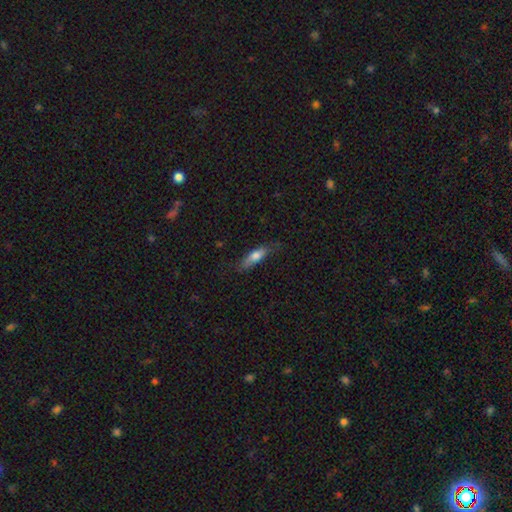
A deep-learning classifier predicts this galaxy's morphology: Smooth or featured: smooth — 70% (featured or disk — 23%)
How rounded: cigar-shaped — 54% (in between — 43%)
Merging: none — 70% (minor disturbance — 23%)